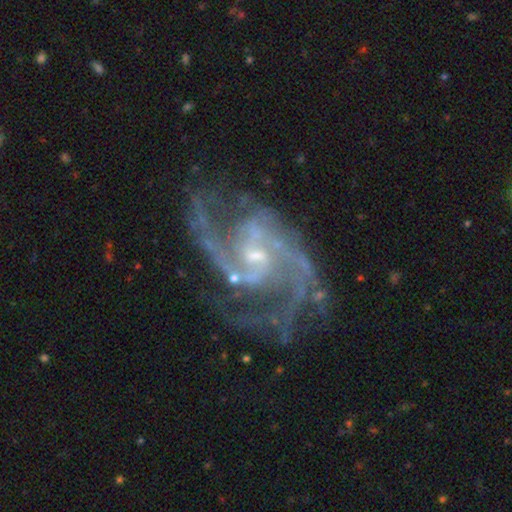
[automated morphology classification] smooth-or-featured: featured or disk: 92% | star or artifact: 6% | smooth: 2%
  disk-edge-on: no: 98% | yes: 2%
    bar: weak: 50% | no: 37% | strong: 13%
    has-spiral-arms: yes: 98% | no: 2%
      spiral-winding: medium: 58% | tight: 23% | loose: 19%
      spiral-arm-count: 2: 55% | 3: 17% | can't tell: 10% | 4: 7% | 1: 6% | more than 4: 6%
    bulge-size: small: 68% | moderate: 25% | none: 5% | large: 1% | dominant: 1%
  merging: none: 67% | minor disturbance: 17% | major disturbance: 14% | merger: 3%